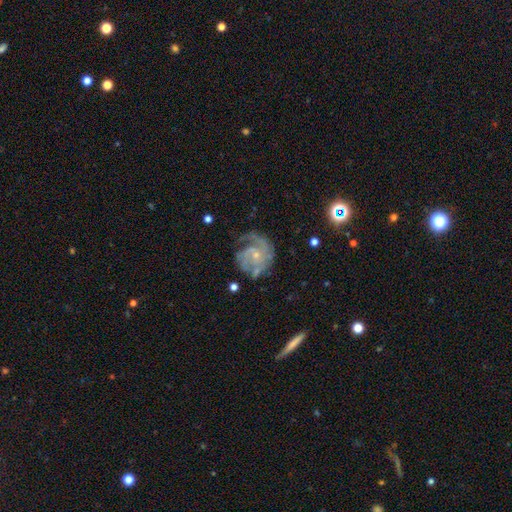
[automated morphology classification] Smooth or featured? Predicted: featured or disk (p=0.85). Edge-on disk? Predicted: no (p=0.98). Bar? Predicted: no (p=0.71). Spiral arms? Predicted: yes (p=0.95). Spiral winding? Predicted: tight (p=0.48). Spiral arm count? Predicted: 2 (p=0.35). Bulge size? Predicted: small (p=0.74). Merging? Predicted: none (p=0.57).